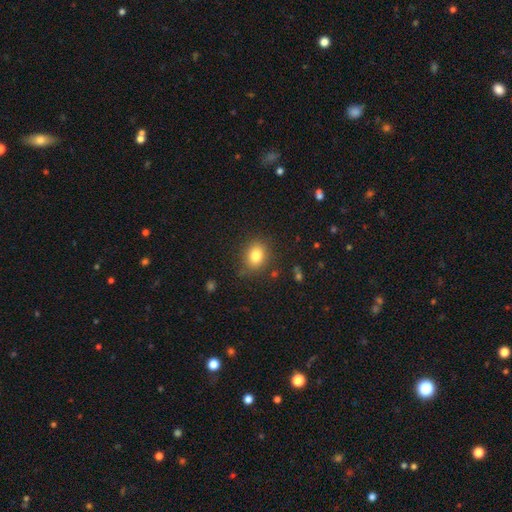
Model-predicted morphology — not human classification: Smooth or featured? Predicted: smooth (p=0.81). How rounded? Predicted: round (p=0.53). Merging? Predicted: none (p=0.81).